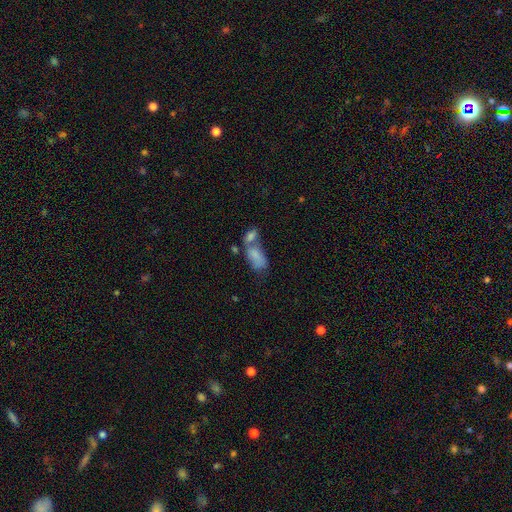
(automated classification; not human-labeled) This is likely a smooth galaxy (73%). How rounded: clearly in between (90%). Merging: likely merger (62%).